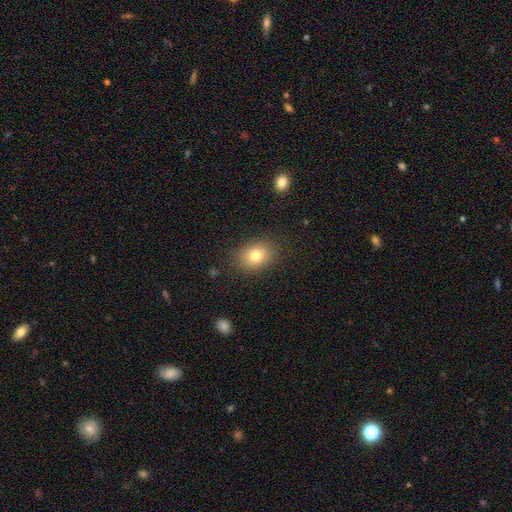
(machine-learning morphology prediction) A smooth galaxy with no disk features (79%) that is in between round and cigar-shaped (60%).

Vote fractions:
- Smooth or featured? smooth: 79% / star or artifact: 11% / featured or disk: 10%
- How rounded? in between: 60% / round: 39% / cigar-shaped: 1%
- Merging? none: 86% / minor disturbance: 10% / major disturbance: 3% / merger: 1%